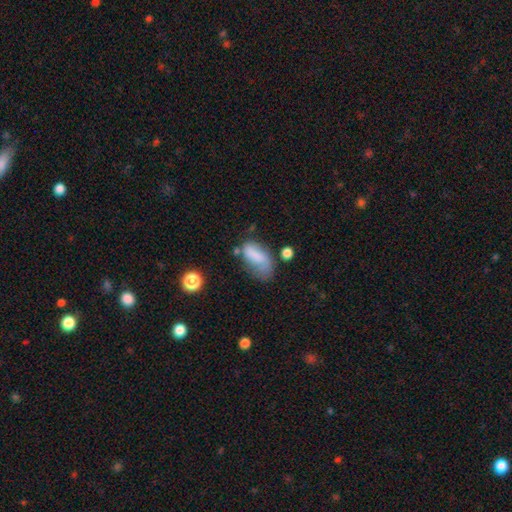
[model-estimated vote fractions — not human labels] A smooth galaxy with no disk features (72%) that is in between round and cigar-shaped (88%). Merging: none (34%).